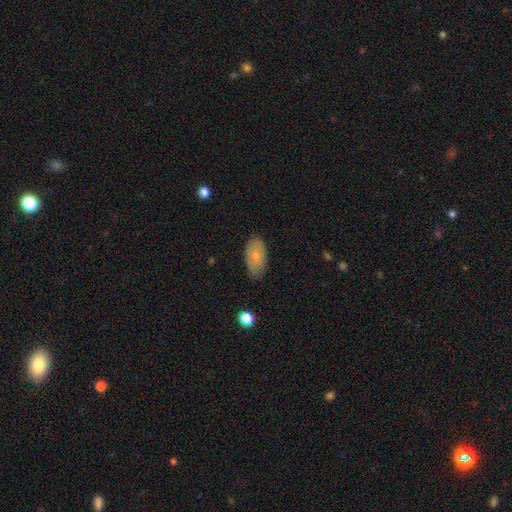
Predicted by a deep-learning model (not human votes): Smooth or featured: smooth — 71% (featured or disk — 22%)
How rounded: in between — 92% (round — 5%)
Merging: none — 77% (minor disturbance — 19%)